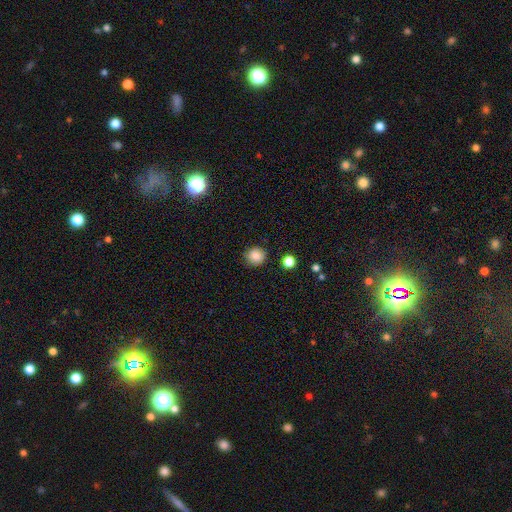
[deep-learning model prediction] smooth 83%, star or artifact 11%, featured or disk 6%. Down the decision tree: how rounded — round (91%); merging — none (86%).